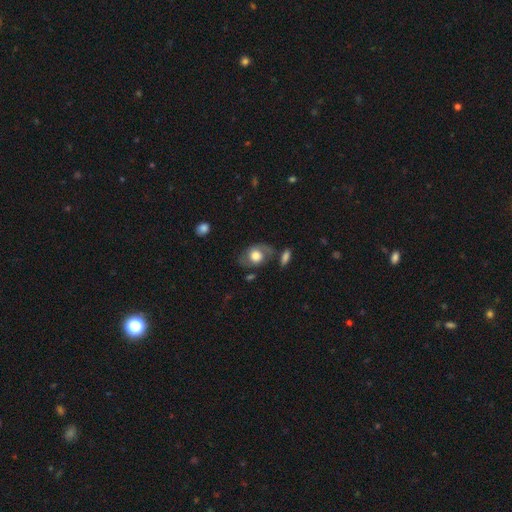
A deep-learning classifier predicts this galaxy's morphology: smooth 52%, featured or disk 41%, star or artifact 7%. Down the decision tree: how rounded — in between (57%); merging — none (62%).